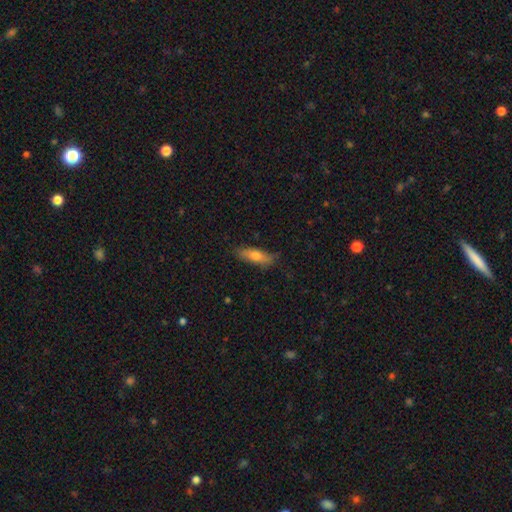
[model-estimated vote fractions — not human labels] smooth-or-featured: smooth: 67% | featured or disk: 27% | star or artifact: 7%
  how-rounded: in between: 49% (tied) | cigar-shaped: 49% (tied) | round: 2%
  merging: none: 78% | minor disturbance: 17% | major disturbance: 3% | merger: 1%